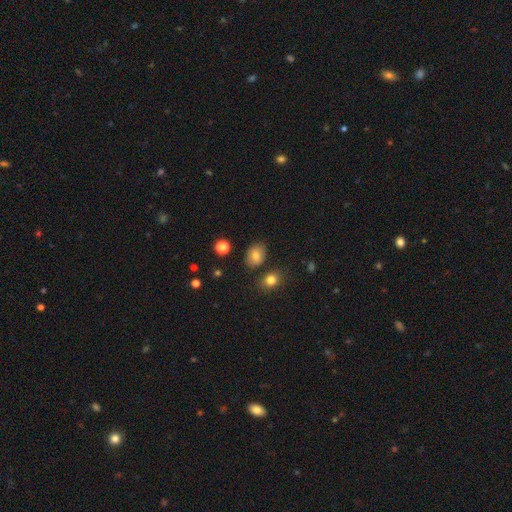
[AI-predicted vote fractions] smooth-or-featured: smooth: 79% | featured or disk: 11% | star or artifact: 10%
  how-rounded: in between: 69% | round: 30% | cigar-shaped: 1%
  merging: none: 81% | minor disturbance: 12% | merger: 5% | major disturbance: 3%